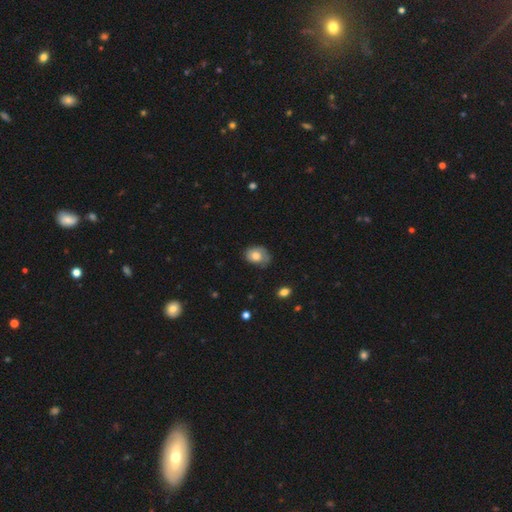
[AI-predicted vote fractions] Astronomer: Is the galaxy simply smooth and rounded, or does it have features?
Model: smooth — 75%.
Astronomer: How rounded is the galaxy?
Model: in between — 59% (runner-up: round, 40%).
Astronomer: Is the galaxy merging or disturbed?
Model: none — 55% (runner-up: minor disturbance, 33%).